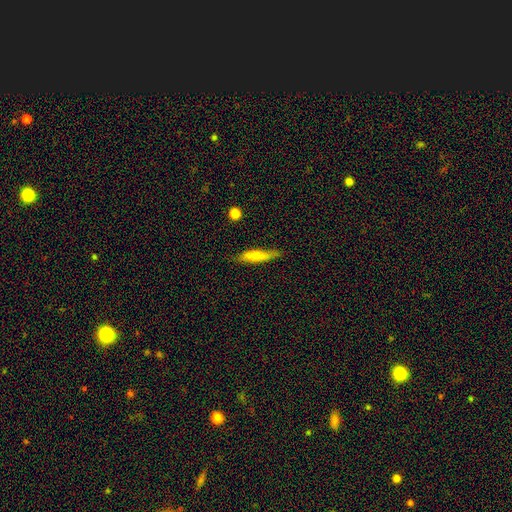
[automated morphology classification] The model was most divided on "smooth or featured": smooth: 69%, featured or disk: 25%, star or artifact: 6%. More confident: how rounded — cigar-shaped (84%); merging — none (75%).